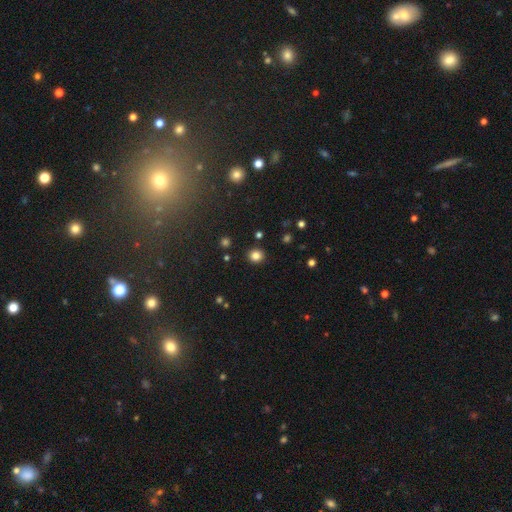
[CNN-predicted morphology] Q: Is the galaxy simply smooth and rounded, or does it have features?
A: smooth — 83%.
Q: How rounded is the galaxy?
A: round — 87%.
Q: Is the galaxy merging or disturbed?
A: none — 91%.